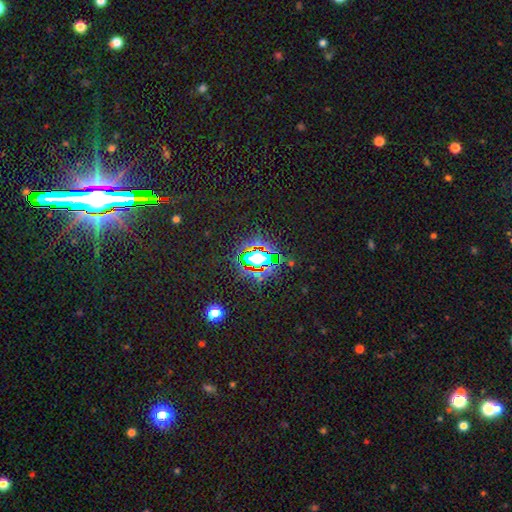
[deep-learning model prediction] Morphology: type=star or artifact (81%).